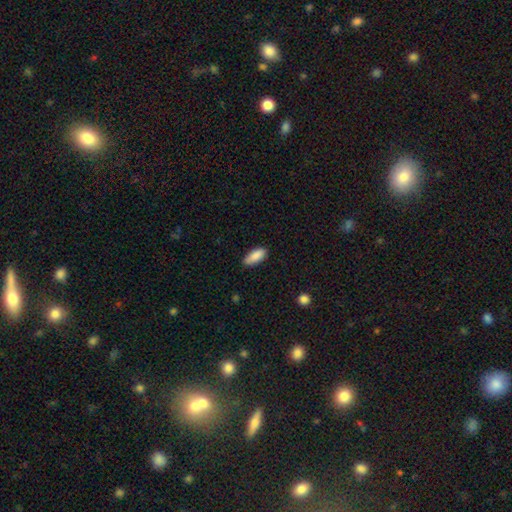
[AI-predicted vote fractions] Smooth or featured: smooth — 88% (star or artifact — 6%)
How rounded: in between — 83% (cigar-shaped — 15%)
Merging: none — 77% (minor disturbance — 19%)